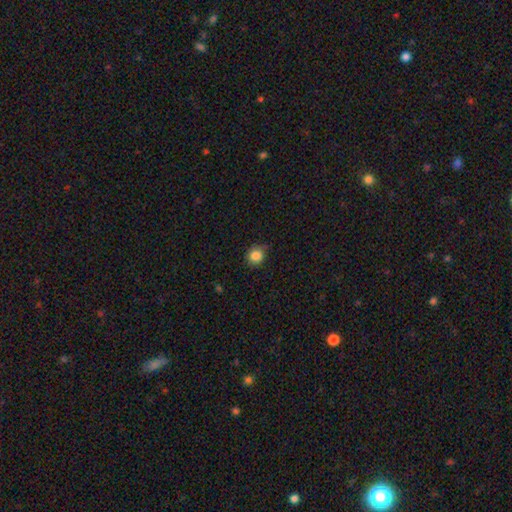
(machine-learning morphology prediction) smooth-or-featured: smooth: 85% | star or artifact: 10% | featured or disk: 5%
  how-rounded: round: 87% | in between: 13% | cigar-shaped: 1%
  merging: none: 70% | minor disturbance: 24% | major disturbance: 5% | merger: 1%